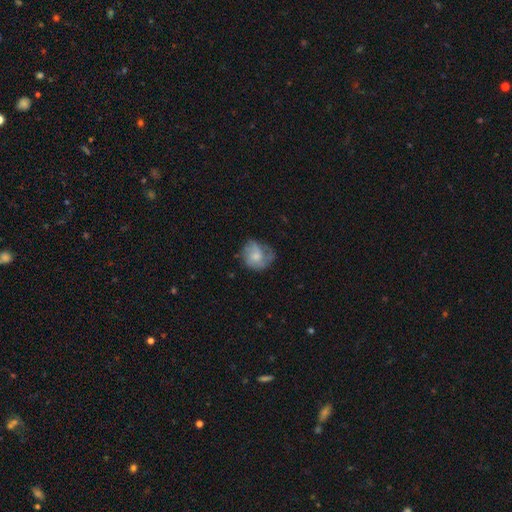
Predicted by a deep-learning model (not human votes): The model was most divided on "smooth or featured": smooth: 50%, featured or disk: 42%, star or artifact: 8%. Remaining: how rounded — round (68%); merging — none (50%).